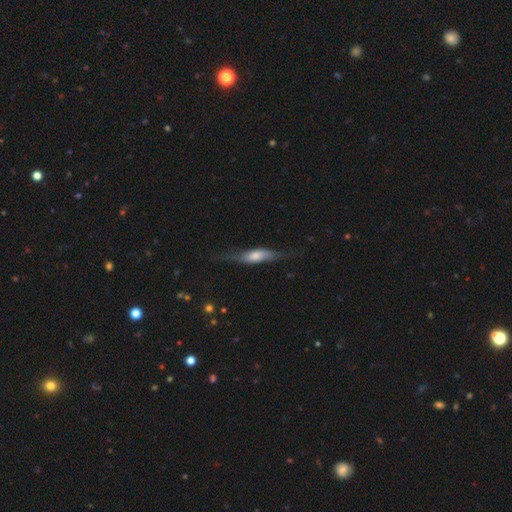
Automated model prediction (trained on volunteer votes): This is possibly a featured or disk galaxy (48%). Merging: likely none (61%).